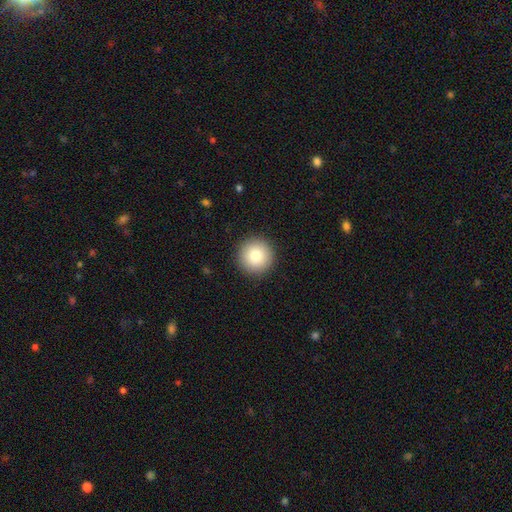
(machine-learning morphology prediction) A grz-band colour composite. It shows a smooth galaxy with no disk features (81%) that is round (96%). Merging: none (92%).